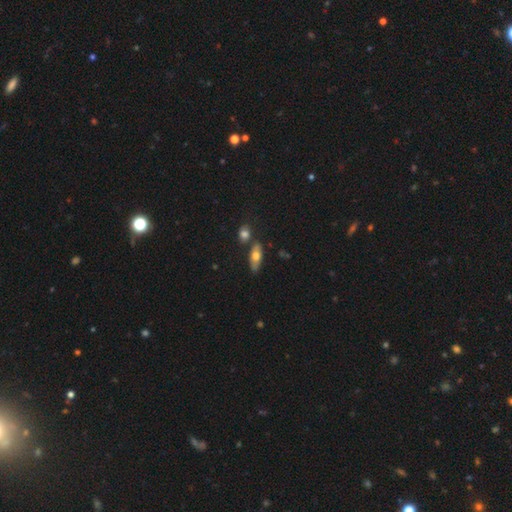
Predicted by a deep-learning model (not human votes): Q: Smooth or featured?
A: smooth (63%); runner-up: featured or disk (30%)
Q: How rounded?
A: in between (73%); runner-up: cigar-shaped (23%)
Q: Merging?
A: none (69%); runner-up: merger (15%)